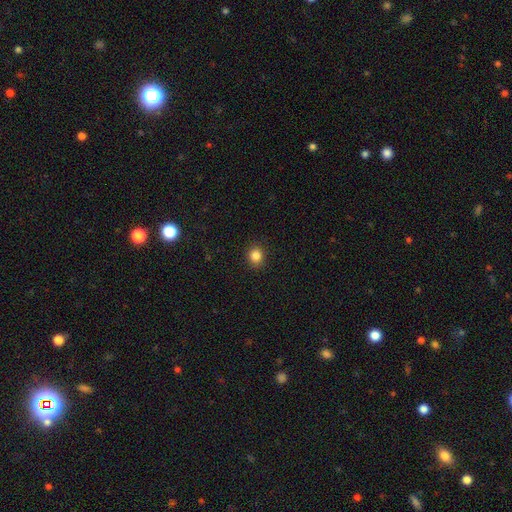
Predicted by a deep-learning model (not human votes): Smooth or featured? Predicted: smooth (p=0.83). How rounded? Predicted: round (p=0.83). Merging? Predicted: none (p=0.90).